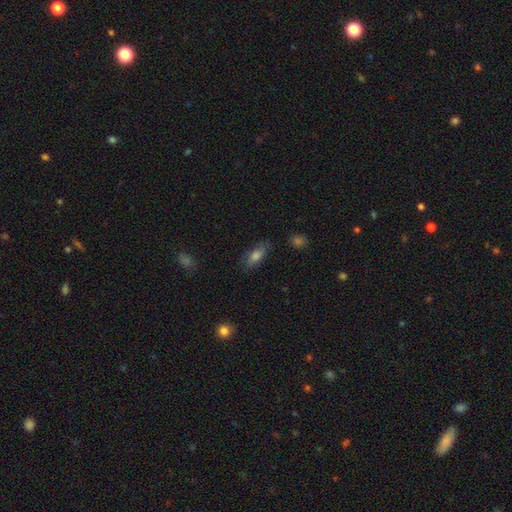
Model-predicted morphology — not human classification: Smooth or featured? Predicted: smooth (p=0.69). How rounded? Predicted: in between (p=0.73). Merging? Predicted: none (p=0.77).